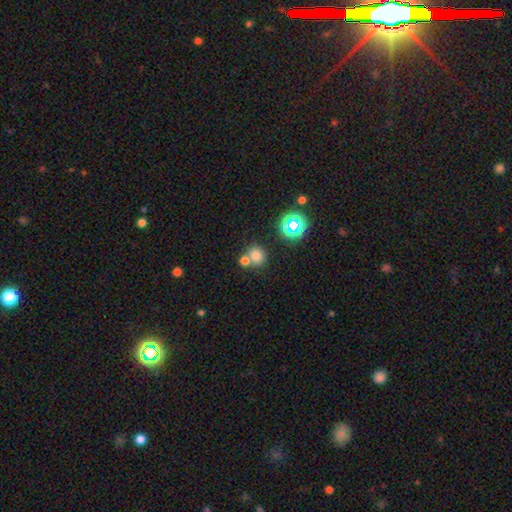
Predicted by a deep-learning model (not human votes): smooth_or_featured: smooth (p=0.74) [alt: star or artifact p=0.19]
how_rounded: round (p=0.83) [alt: in between p=0.16]
merging: none (p=0.60) [alt: merger p=0.29]